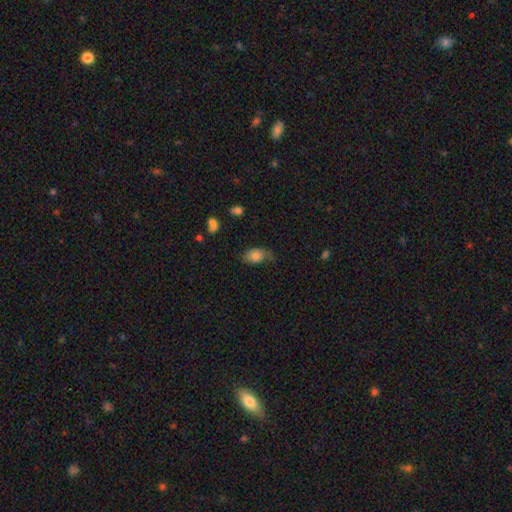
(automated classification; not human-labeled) A smooth galaxy with no disk features (78%) that is in between round and cigar-shaped (84%). Merging: none (48%).